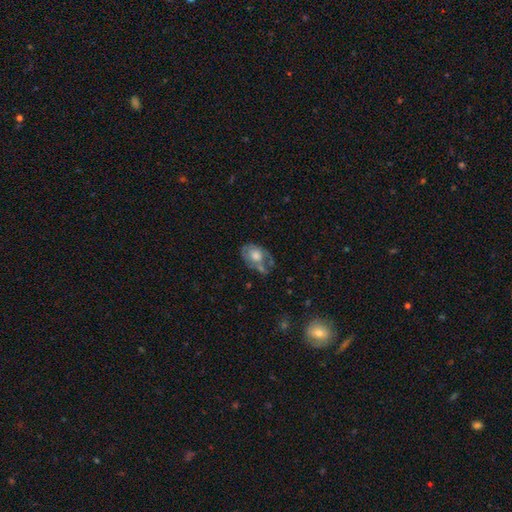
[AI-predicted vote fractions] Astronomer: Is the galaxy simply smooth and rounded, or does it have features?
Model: featured or disk — 52% (runner-up: smooth, 39%).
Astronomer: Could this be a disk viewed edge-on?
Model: no — 94%.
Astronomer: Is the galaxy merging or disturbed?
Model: none — 45% (runner-up: minor disturbance, 28%).